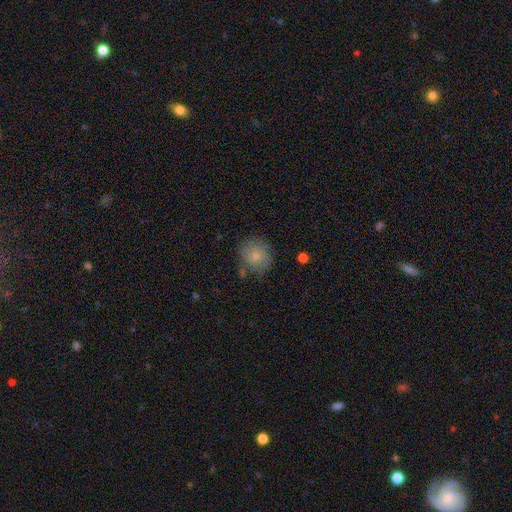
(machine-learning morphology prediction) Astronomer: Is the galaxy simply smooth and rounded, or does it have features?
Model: smooth — 73%.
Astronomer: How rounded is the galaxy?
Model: round — 85%.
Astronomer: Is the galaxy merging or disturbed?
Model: none — 69%.